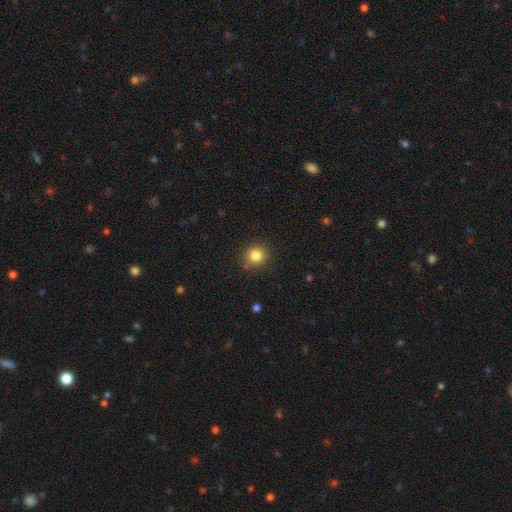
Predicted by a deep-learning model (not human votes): Morphology: type=smooth (83%); roundness=round (90%); merging=none (88%).